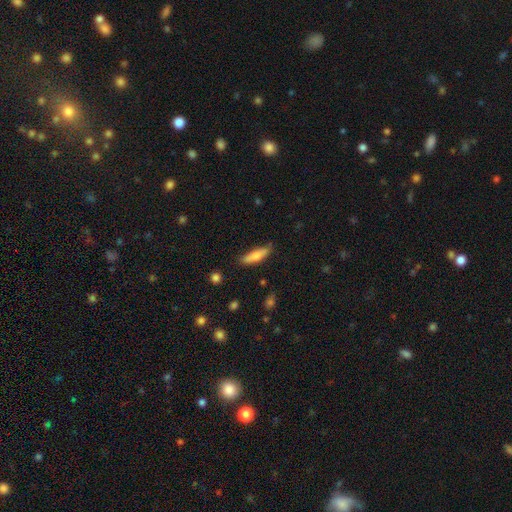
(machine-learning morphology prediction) Q: Smooth or featured?
A: smooth (79%); runner-up: featured or disk (15%)
Q: How rounded?
A: cigar-shaped (65%); runner-up: in between (33%)
Q: Merging?
A: none (77%); runner-up: minor disturbance (18%)